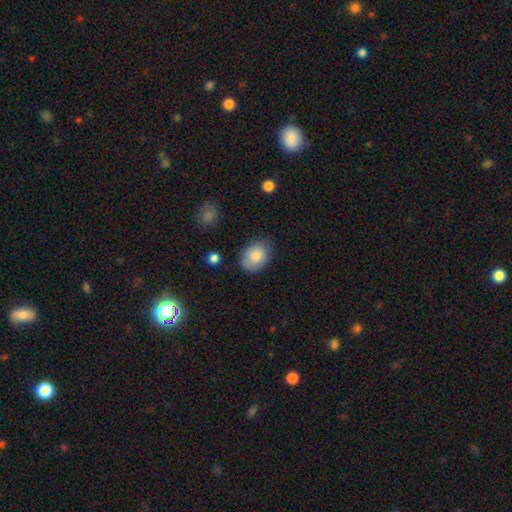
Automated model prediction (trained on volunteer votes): Smooth or featured? Predicted: smooth (p=0.82). How rounded? Predicted: in between (p=0.70). Merging? Predicted: none (p=0.73).